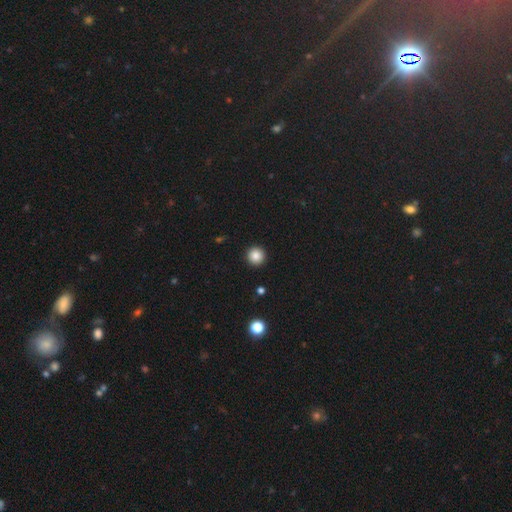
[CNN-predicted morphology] This appears to be a smooth galaxy with no disk features (86%) that is round (96%). Merging: none (93%).